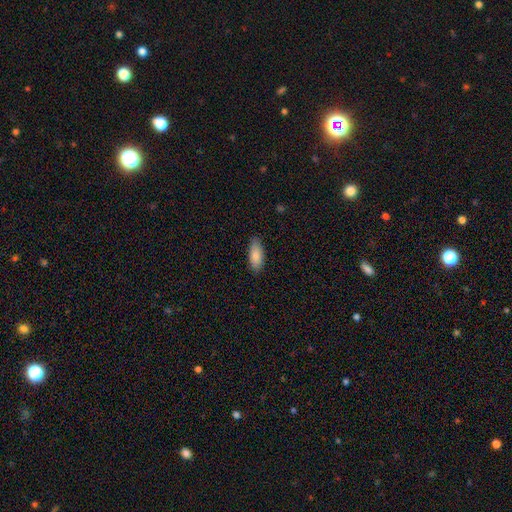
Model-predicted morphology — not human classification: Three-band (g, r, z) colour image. It shows a smooth galaxy with no disk features (82%) that is in between round and cigar-shaped (82%). Merging: none (84%).